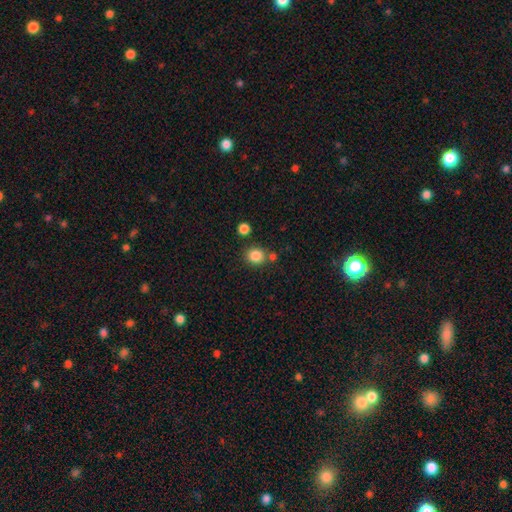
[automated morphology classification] smooth-or-featured: smooth: 85% | star or artifact: 11% | featured or disk: 4%
  how-rounded: round: 85% | in between: 14% | cigar-shaped: 1%
  merging: none: 77% | merger: 11% | minor disturbance: 9% | major disturbance: 3%